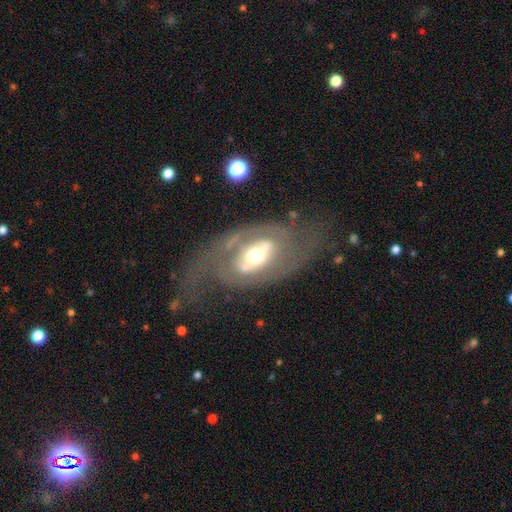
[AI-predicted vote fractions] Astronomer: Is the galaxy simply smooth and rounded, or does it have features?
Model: featured or disk — 71%.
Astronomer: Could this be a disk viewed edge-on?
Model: no — 91%.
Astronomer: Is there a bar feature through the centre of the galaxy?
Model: no — 52%.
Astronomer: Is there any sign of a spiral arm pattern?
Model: no — 55% (runner-up: yes, 45%).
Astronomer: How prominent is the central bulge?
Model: moderate — 65%.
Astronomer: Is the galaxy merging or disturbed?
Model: none — 54%.